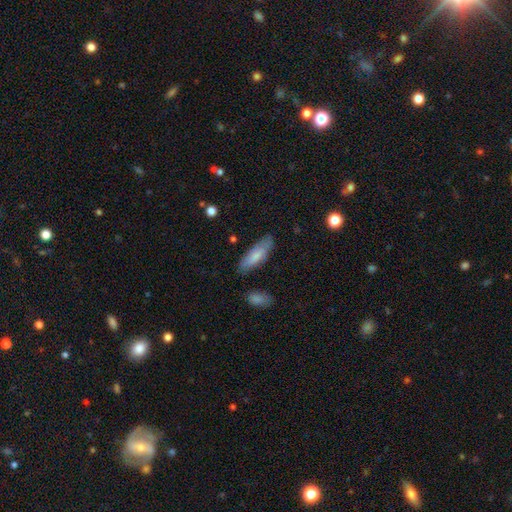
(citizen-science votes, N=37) Q: Smooth or featured?
A: smooth (84%); runner-up: featured or disk (14%)
Q: How rounded?
A: cigar-shaped (61%); runner-up: in between (39%)
Q: Merging?
A: none (78%); runner-up: minor disturbance (19%)